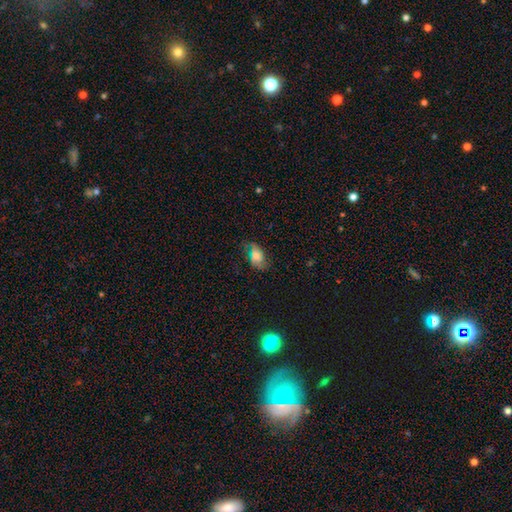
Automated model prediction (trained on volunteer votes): Overall: smooth (62%; featured or disk 26%). How rounded: in between (88%). Merging: none (53%; minor disturbance 28%).